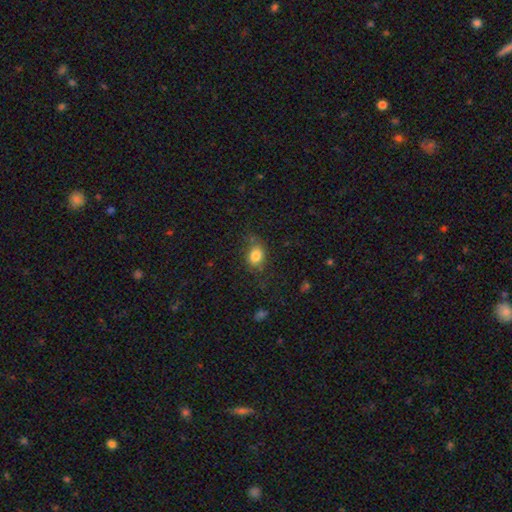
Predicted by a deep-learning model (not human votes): Q: Smooth or featured?
A: smooth (82%); runner-up: star or artifact (10%)
Q: How rounded?
A: in between (60%); runner-up: round (39%)
Q: Merging?
A: none (68%); runner-up: minor disturbance (21%)